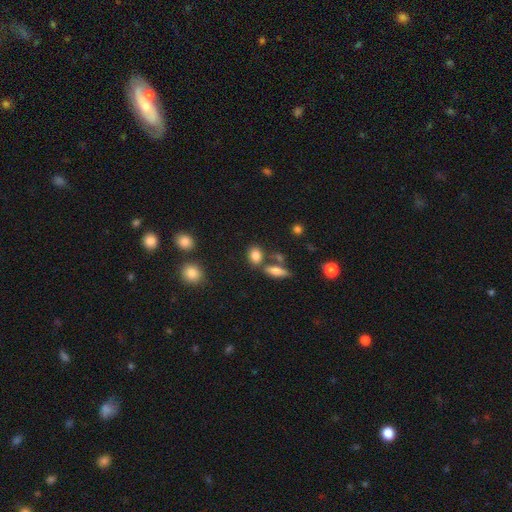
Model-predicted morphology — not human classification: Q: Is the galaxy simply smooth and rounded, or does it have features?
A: smooth — 82%.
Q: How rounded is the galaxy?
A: in between — 64%.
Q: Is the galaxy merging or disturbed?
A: none — 65%.